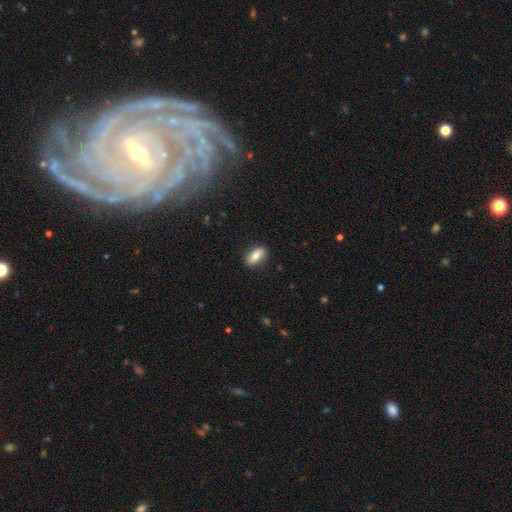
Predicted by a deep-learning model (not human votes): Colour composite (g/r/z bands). It shows a smooth galaxy with no disk features (80%) that is in between round and cigar-shaped (83%). Merging: none (85%).